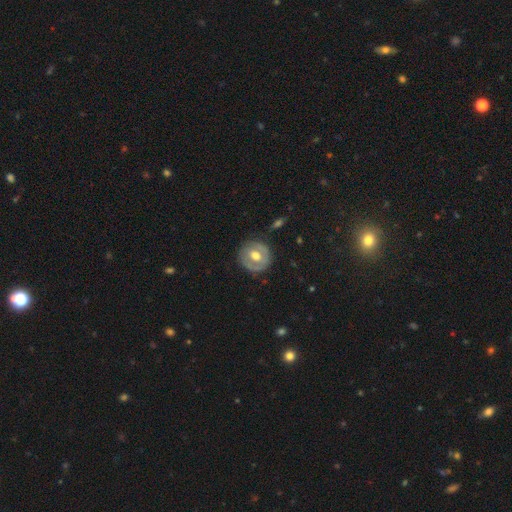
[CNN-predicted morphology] Q: Smooth or featured?
A: featured or disk (55%); runner-up: smooth (39%)
Q: Edge-on disk?
A: no (95%); runner-up: yes (5%)
Q: Bar?
A: no (54%); runner-up: weak (35%)
Q: Spiral arms?
A: no (66%); runner-up: yes (34%)
Q: Bulge size?
A: moderate (69%); runner-up: large (23%)
Q: Merging?
A: none (78%); runner-up: minor disturbance (16%)